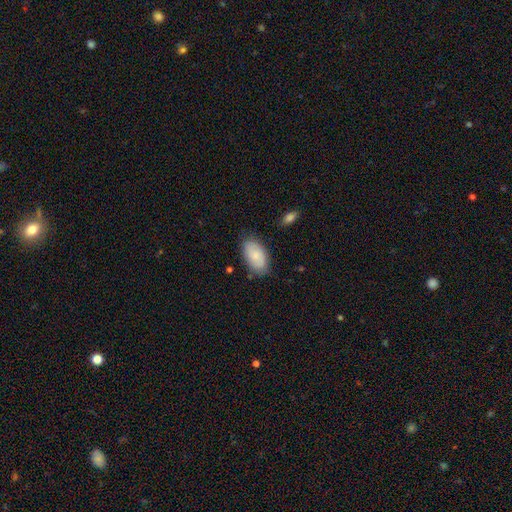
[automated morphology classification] A smooth galaxy with no disk features (74%) that is in between round and cigar-shaped (94%). Merging: none (76%).